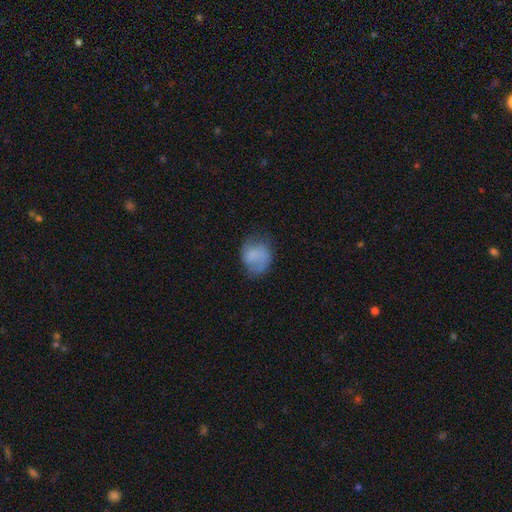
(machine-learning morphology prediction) A smooth galaxy with no disk features (71%) that is round (53%). Merging: none (50%).